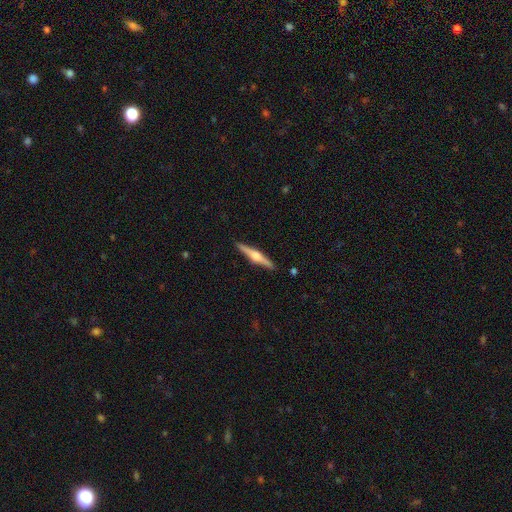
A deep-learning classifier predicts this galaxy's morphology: A featured or disk galaxy (71%) viewed edge-on (98%) with a rounded central bulge (88%).

Vote fractions:
- Smooth or featured? featured or disk: 71% / smooth: 24% / star or artifact: 5%
- Edge-on disk? yes: 98% / no: 2%
- Edge-on bulge? rounded: 88% / boxy: 8% / none: 3%
- Merging? none: 91% / minor disturbance: 7% / major disturbance: 1% / merger: 1%